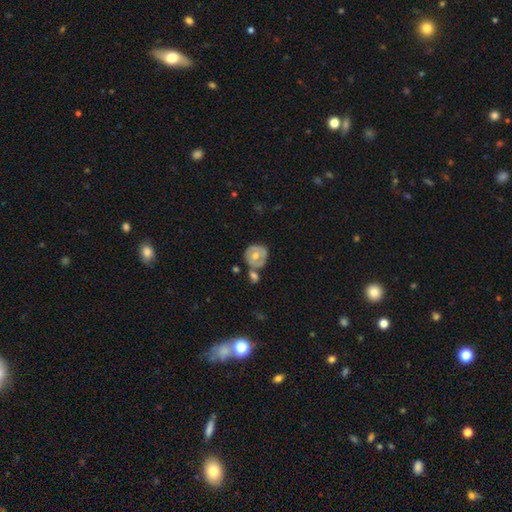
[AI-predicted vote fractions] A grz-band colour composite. It shows a smooth galaxy with no disk features (47%, tied with featured or disk). Merging: none (48%).